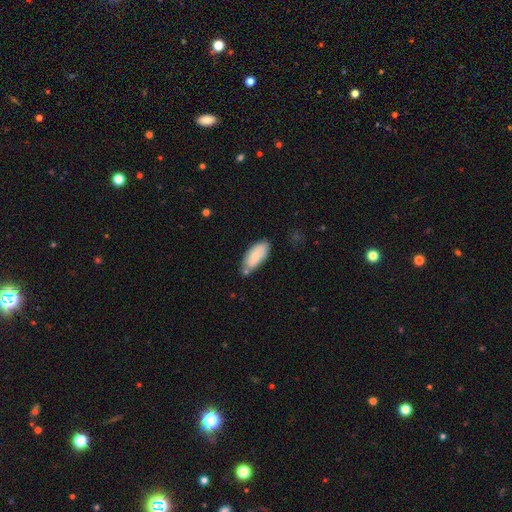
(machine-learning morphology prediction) A smooth galaxy with no disk features (79%) that is in between round and cigar-shaped (86%). Merging: none (66%).